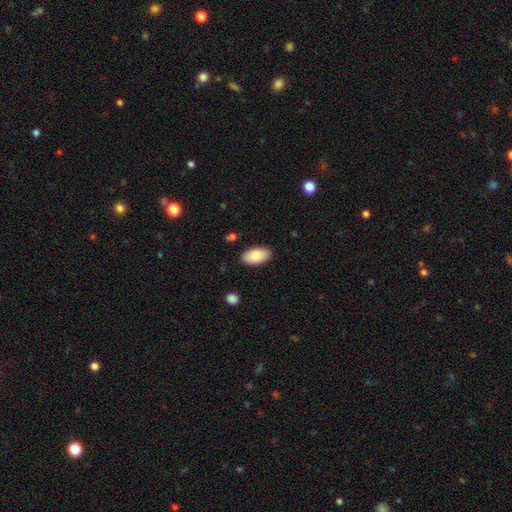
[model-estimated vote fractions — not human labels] This appears to be a smooth galaxy with no disk features (83%) that is in between round and cigar-shaped (95%). Merging: none (88%).